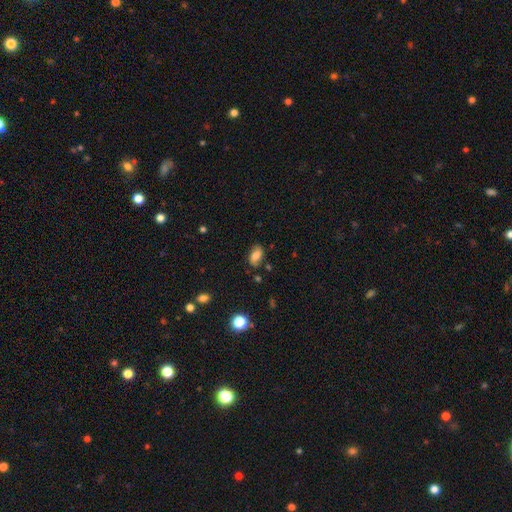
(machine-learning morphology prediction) This is likely a smooth galaxy (71%). How rounded: clearly in between (89%). Merging: likely none (76%).